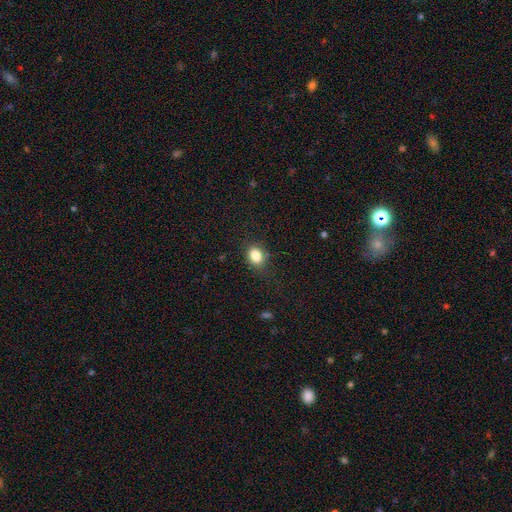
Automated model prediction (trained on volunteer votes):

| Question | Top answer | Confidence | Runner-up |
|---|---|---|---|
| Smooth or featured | smooth | 84% | star or artifact (10%) |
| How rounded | in between | 57% | round (42%) |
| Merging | none | 77% | minor disturbance (16%) |